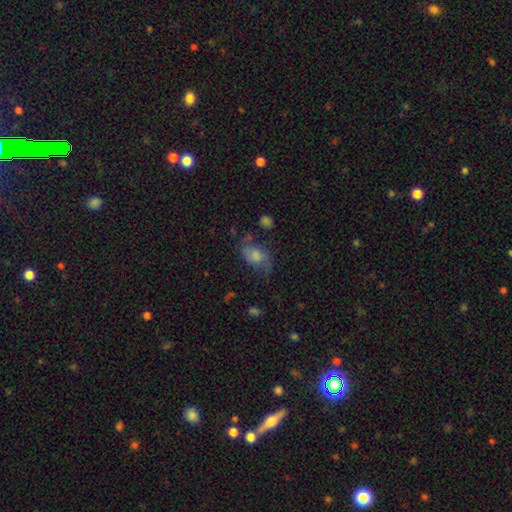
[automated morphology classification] type=smooth (52%); roundness=in between (81%); merging=none (52%).